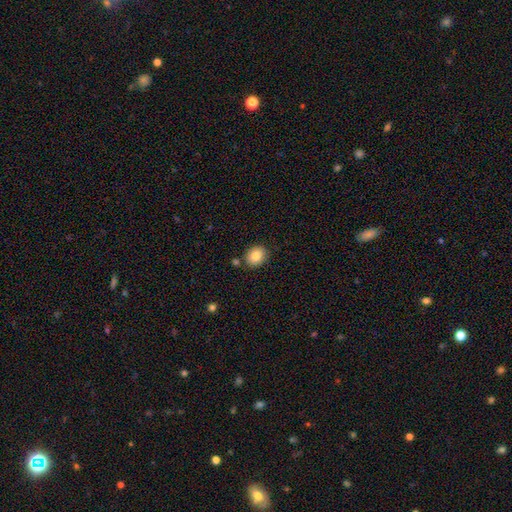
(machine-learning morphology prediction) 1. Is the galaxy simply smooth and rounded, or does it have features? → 85% smooth, 8% star or artifact, 7% featured or disk.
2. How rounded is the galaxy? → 60% round, 39% in between, 1% cigar-shaped.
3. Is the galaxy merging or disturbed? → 82% none, 10% minor disturbance, 5% merger, 2% major disturbance.